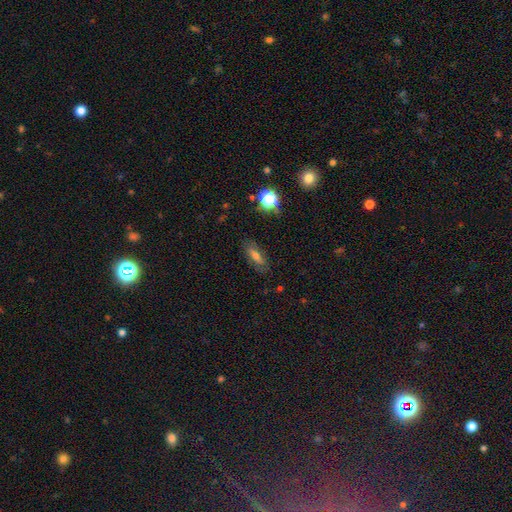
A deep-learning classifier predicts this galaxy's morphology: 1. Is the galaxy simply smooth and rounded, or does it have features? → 55% smooth, 32% featured or disk, 13% star or artifact.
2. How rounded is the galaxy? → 62% in between, 31% cigar-shaped, 7% round.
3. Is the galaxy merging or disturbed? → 80% none, 14% minor disturbance, 4% major disturbance, 2% merger.